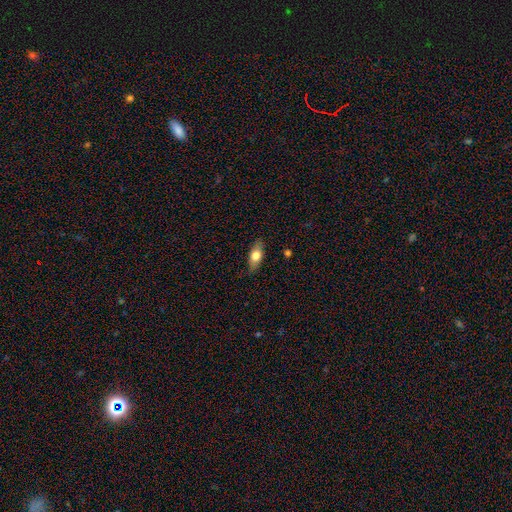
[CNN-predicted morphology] The model was most divided on "smooth or featured": smooth: 69%, featured or disk: 24%, star or artifact: 7%. More confident: merging — none (84%); how rounded — in between (78%).